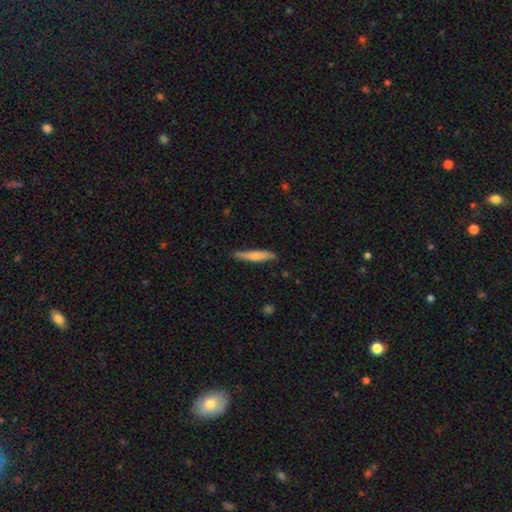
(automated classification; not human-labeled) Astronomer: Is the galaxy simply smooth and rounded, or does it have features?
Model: smooth — 71%.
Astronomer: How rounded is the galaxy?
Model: cigar-shaped — 90%.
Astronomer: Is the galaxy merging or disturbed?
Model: none — 83%.